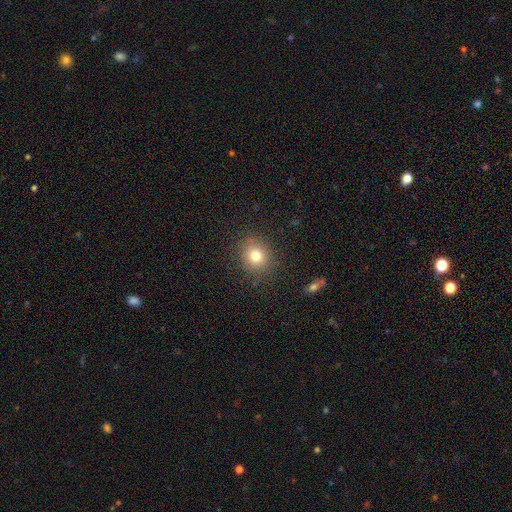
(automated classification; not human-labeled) A smooth galaxy with no disk features (78%) that is round (79%).

Vote fractions:
- Smooth or featured? smooth: 78% / star or artifact: 13% / featured or disk: 9%
- How rounded? round: 79% / in between: 20% / cigar-shaped: 1%
- Merging? none: 87% / minor disturbance: 9% / major disturbance: 3% / merger: 1%